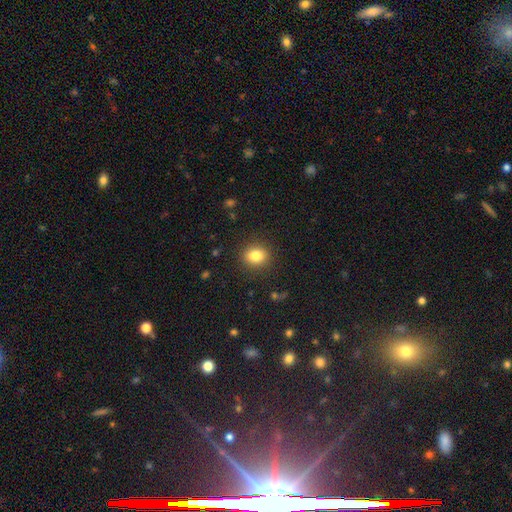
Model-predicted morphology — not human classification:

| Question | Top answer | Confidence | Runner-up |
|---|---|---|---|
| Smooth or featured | smooth | 83% | star or artifact (10%) |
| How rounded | round | 64% | in between (35%) |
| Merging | none | 89% | minor disturbance (7%) |